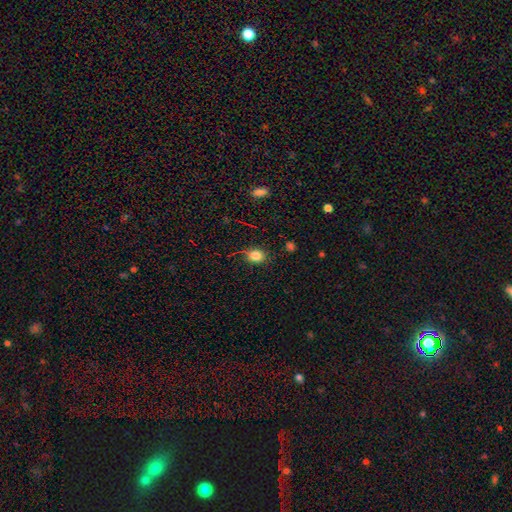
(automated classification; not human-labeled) smooth_or_featured: smooth (p=0.82) [alt: star or artifact p=0.12]
how_rounded: in between (p=0.53) [alt: round p=0.45]
merging: none (p=0.75) [alt: minor disturbance p=0.18]